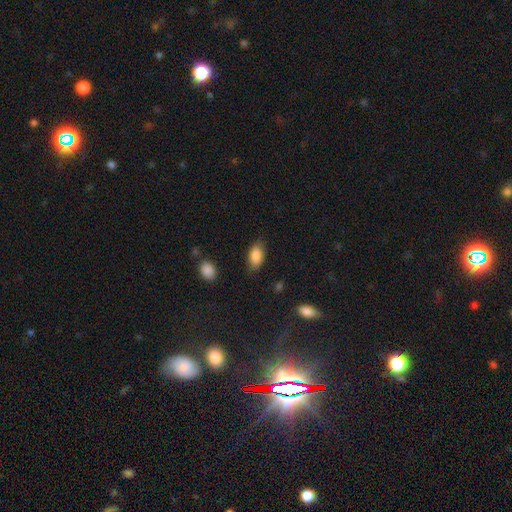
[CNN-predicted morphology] Q: Smooth or featured?
A: smooth (87%); runner-up: star or artifact (7%)
Q: How rounded?
A: in between (91%); runner-up: cigar-shaped (5%)
Q: Merging?
A: none (81%); runner-up: minor disturbance (14%)